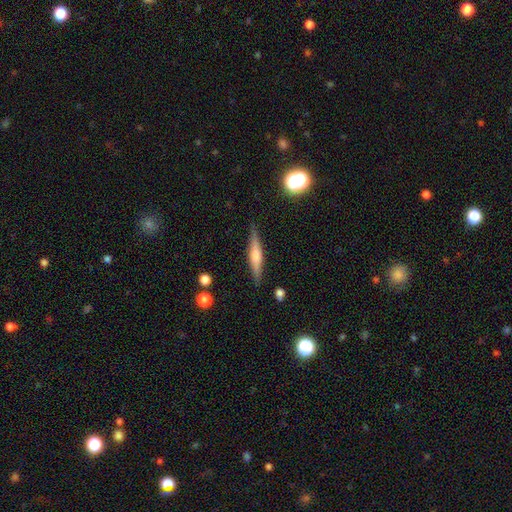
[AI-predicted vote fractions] This is possibly a featured or disk galaxy (55%). It is clearly viewed edge-on (96%). Edge-on bulge: possibly rounded (59%). Merging: clearly none (87%).